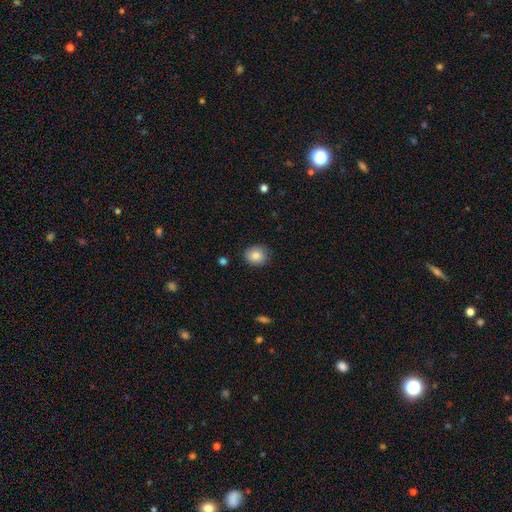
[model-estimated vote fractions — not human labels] A smooth galaxy with no disk features (85%) that is round (75%). Merging: none (84%).